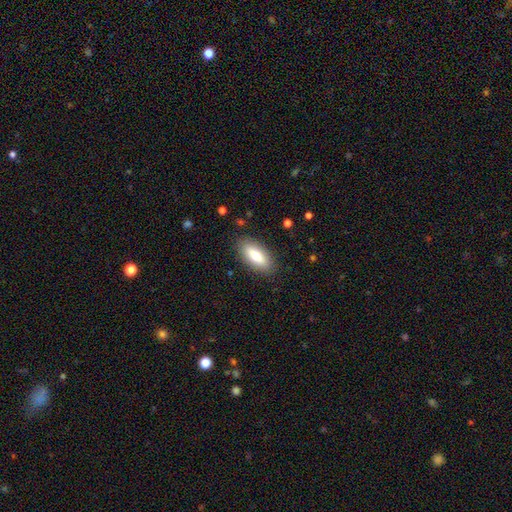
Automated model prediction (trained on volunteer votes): smooth 77%, featured or disk 17%, star or artifact 6%. Down the decision tree: how rounded — in between (79%); merging — none (86%).